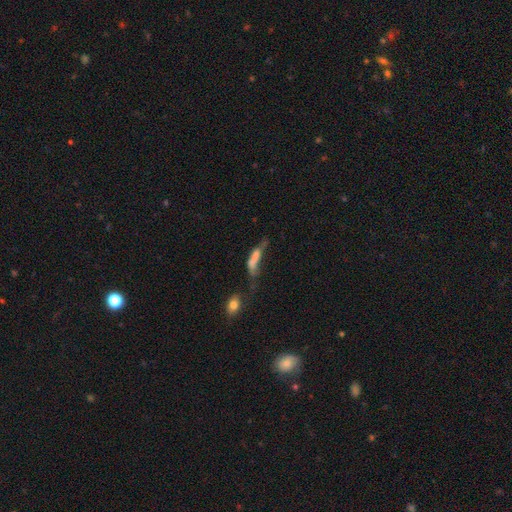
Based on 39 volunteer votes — Smooth or featured? 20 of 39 (51%) said smooth. How rounded? 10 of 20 (50%) said in between. Merging? 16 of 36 (44%) said merger.